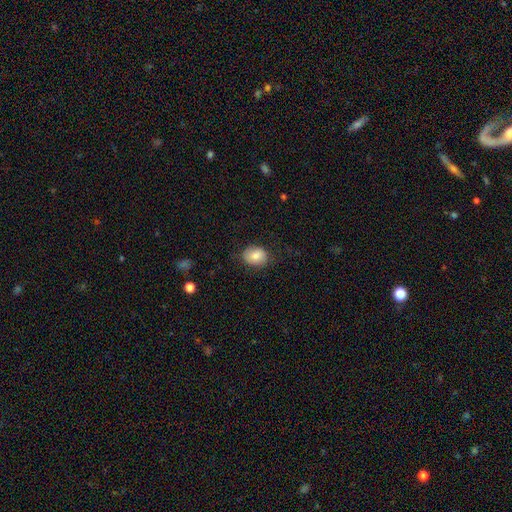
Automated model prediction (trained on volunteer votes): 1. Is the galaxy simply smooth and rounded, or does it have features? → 82% smooth, 10% featured or disk, 8% star or artifact.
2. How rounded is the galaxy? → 54% in between, 45% round, 1% cigar-shaped.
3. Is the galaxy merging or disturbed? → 79% none, 16% minor disturbance, 4% major disturbance, 1% merger.